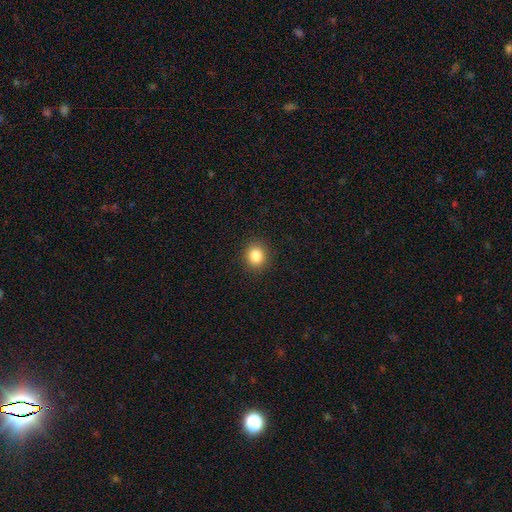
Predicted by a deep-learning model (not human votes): The model was most divided on "how rounded": round: 75%, in between: 24%, cigar-shaped: 1%. More confident: merging — none (91%); smooth or featured — smooth (84%).